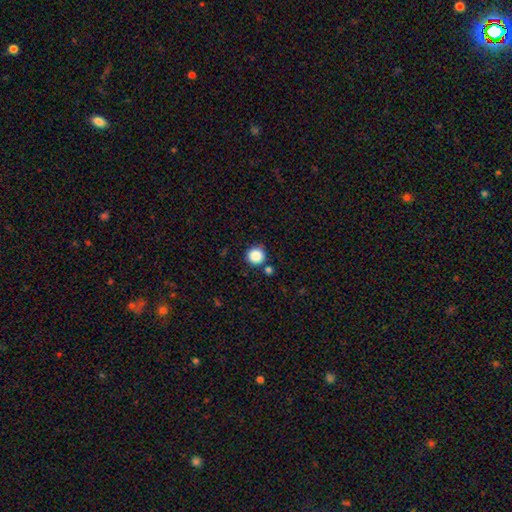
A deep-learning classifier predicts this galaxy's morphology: smooth_or_featured: smooth (p=0.87) [alt: star or artifact p=0.10]
how_rounded: round (p=0.95) [alt: in between p=0.04]
merging: none (p=0.85) [alt: minor disturbance p=0.07]